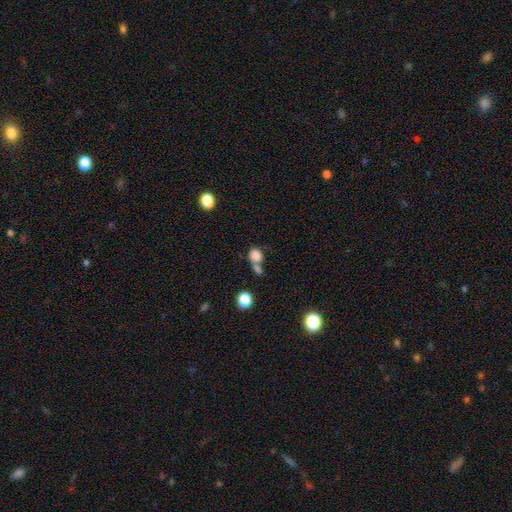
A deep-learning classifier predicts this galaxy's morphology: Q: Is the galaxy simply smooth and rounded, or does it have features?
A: smooth — 82%.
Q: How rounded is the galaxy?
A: round — 63%.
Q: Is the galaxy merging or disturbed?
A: merger — 46%.